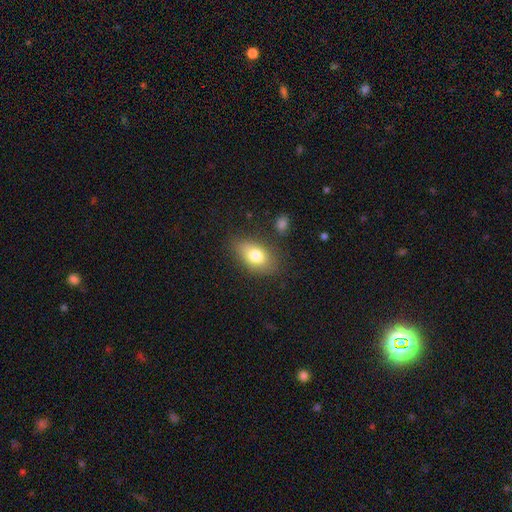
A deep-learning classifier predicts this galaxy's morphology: smooth_or_featured: smooth (p=0.76) [alt: featured or disk p=0.16]
how_rounded: in between (p=0.86) [alt: round p=0.11]
merging: none (p=0.76) [alt: minor disturbance p=0.16]